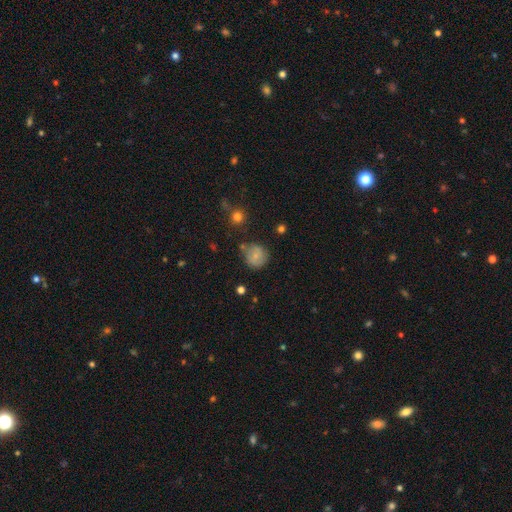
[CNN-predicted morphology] This is likely a smooth galaxy (67%). How rounded: clearly round (83%). Merging: possibly none (59%).